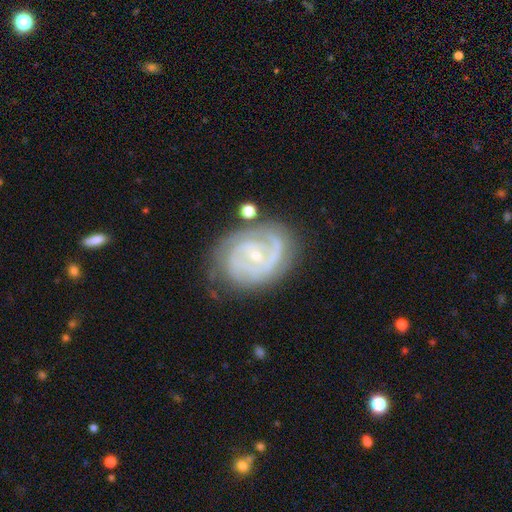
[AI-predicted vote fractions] Smooth or featured?
  - featured or disk: 88% *
  - smooth: 7%
  - star or artifact: 5%
Edge-on disk?
  - no: 98% *
  - yes: 2%
Bar?
  - no: 56% *
  - weak: 34%
  - strong: 10%
Spiral arms?
  - yes: 97% *
  - no: 3%
Spiral winding?
  - tight: 66% *
  - medium: 29%
  - loose: 5%
Spiral arm count?
  - 2: 48% *
  - 3: 20%
  - can't tell: 18%
  - 1: 5%
  - 4: 5%
  - more than 4: 4%
Bulge size?
  - small: 77% *
  - moderate: 20%
  - none: 2%
  - large: 1%
  - dominant: 1%
Merging?
  - none: 69% *
  - minor disturbance: 20%
  - major disturbance: 8%
  - merger: 3%